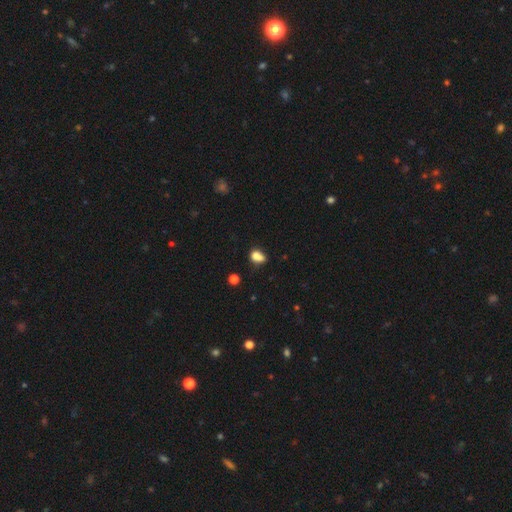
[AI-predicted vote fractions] Morphology: type=smooth (78%); roundness=in between (69%); merging=none (42%).